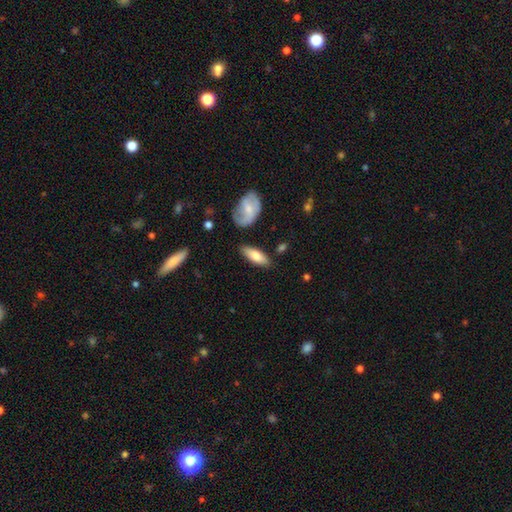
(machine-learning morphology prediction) Overall: smooth (73%). How rounded: in between (67%; cigar-shaped 31%). Merging: none (79%).